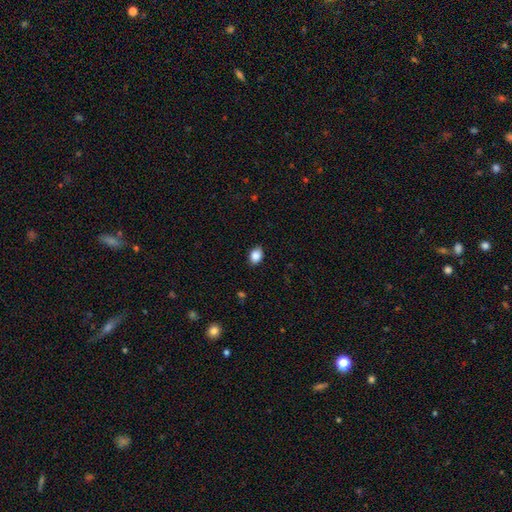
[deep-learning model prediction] A smooth galaxy with no disk features (88%) that is in between round and cigar-shaped (79%). Merging: none (86%).